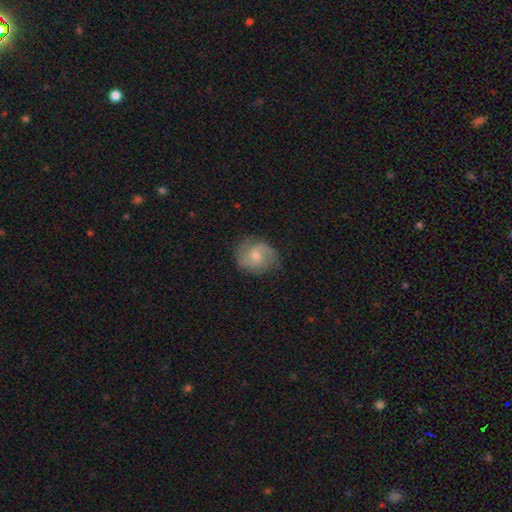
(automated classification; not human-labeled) Q: Smooth or featured?
A: featured or disk (64%); runner-up: smooth (29%)
Q: Edge-on disk?
A: no (98%); runner-up: yes (2%)
Q: Bar?
A: no (63%); runner-up: weak (33%)
Q: Spiral arms?
A: yes (91%); runner-up: no (9%)
Q: Spiral winding?
A: medium (45%); runner-up: tight (35%)
Q: Spiral arm count?
A: 2 (68%); runner-up: can't tell (14%)
Q: Bulge size?
A: moderate (54%); runner-up: small (38%)
Q: Merging?
A: none (73%); runner-up: minor disturbance (19%)